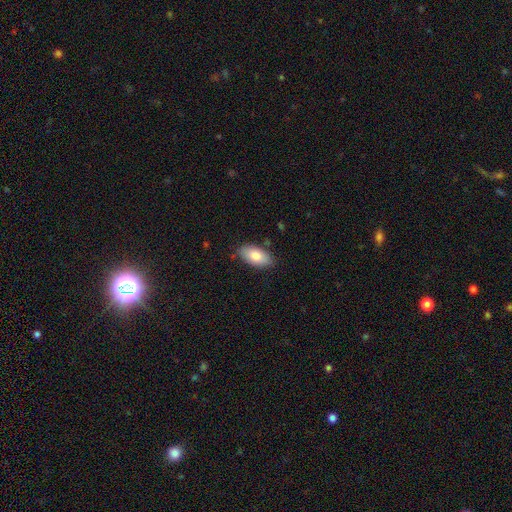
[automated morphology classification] This appears to be a smooth galaxy with no disk features (81%) that is in between round and cigar-shaped (93%). Merging: none (82%).